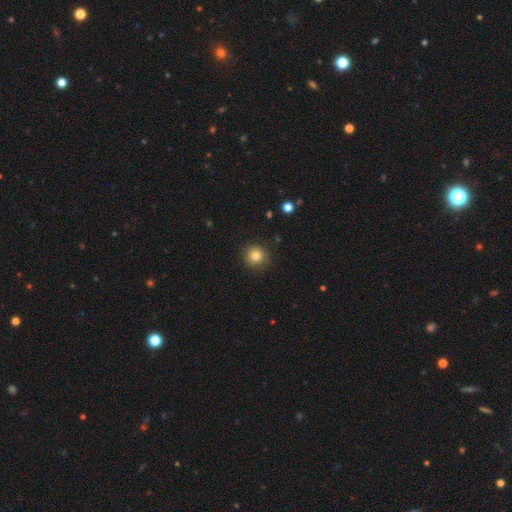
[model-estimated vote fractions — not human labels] A smooth galaxy with no disk features (82%) that is round (94%). Merging: none (88%).